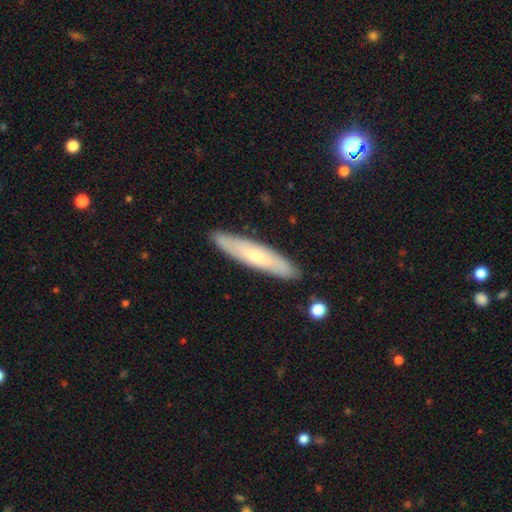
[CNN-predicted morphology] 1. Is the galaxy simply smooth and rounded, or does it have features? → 50% smooth, 44% featured or disk, 6% star or artifact.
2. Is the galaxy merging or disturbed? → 88% none, 9% minor disturbance, 2% major disturbance, 1% merger.